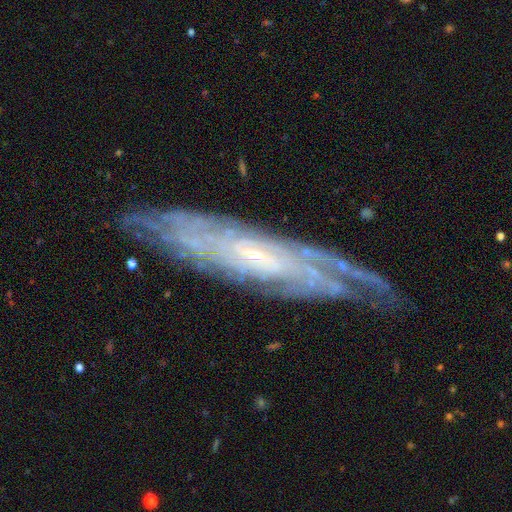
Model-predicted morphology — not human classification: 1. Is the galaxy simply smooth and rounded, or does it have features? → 85% featured or disk, 8% smooth, 7% star or artifact.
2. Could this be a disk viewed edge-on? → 70% no, 30% yes.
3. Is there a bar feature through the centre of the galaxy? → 61% no, 29% weak, 10% strong.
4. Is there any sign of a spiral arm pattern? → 96% yes, 4% no.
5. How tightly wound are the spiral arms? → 75% tight, 20% medium, 4% loose.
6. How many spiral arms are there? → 46% can't tell, 14% more than 4, 13% 4, 11% 2, 10% 3, 6% 1.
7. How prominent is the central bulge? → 83% small, 11% moderate, 4% none, 1% large, 1% dominant.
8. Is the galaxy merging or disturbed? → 77% none, 17% minor disturbance, 5% major disturbance, 2% merger.